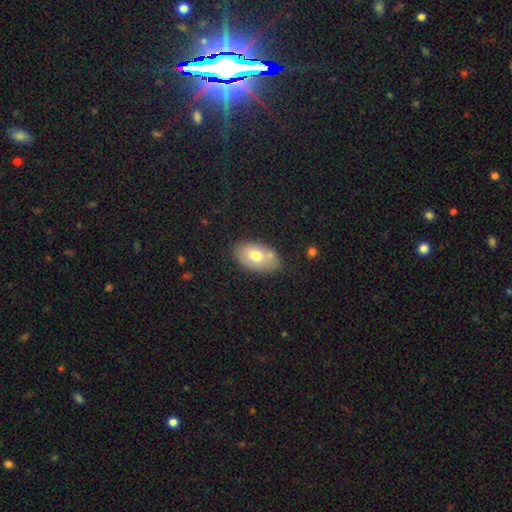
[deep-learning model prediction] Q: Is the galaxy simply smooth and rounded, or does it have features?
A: smooth — 71%.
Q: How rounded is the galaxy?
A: in between — 91%.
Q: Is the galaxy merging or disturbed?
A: none — 67%.